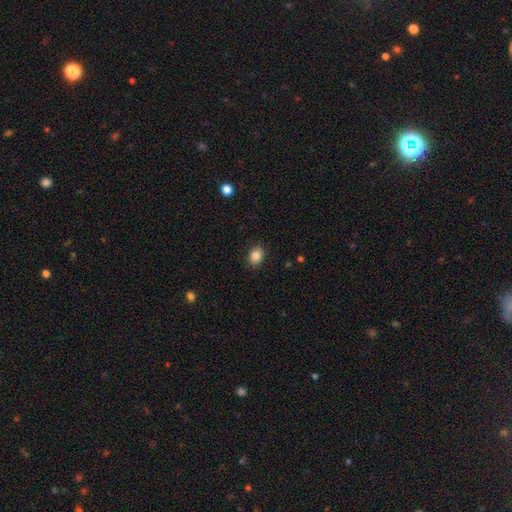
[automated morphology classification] The model was most divided on "how rounded": in between: 67%, round: 32%, cigar-shaped: 1%. More confident: merging — none (89%); smooth or featured — smooth (84%).